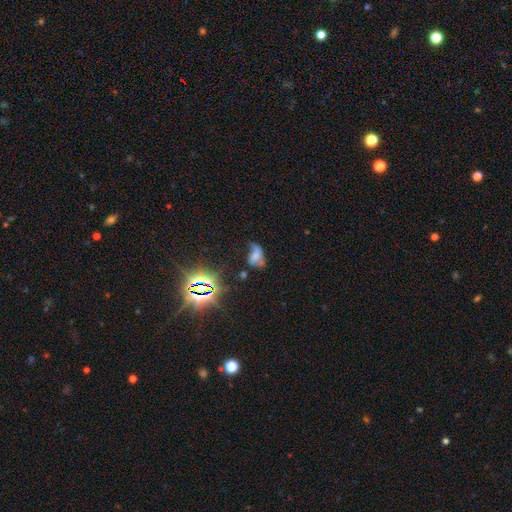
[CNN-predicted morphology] Overall: smooth (40%; featured or disk 37%). Merging: major disturbance (35%; minor disturbance 28%).